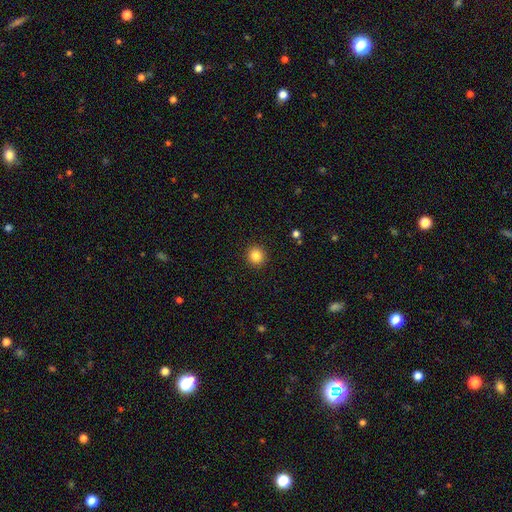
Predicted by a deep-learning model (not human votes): Morphology: type=smooth (85%); roundness=round (92%); merging=none (92%).